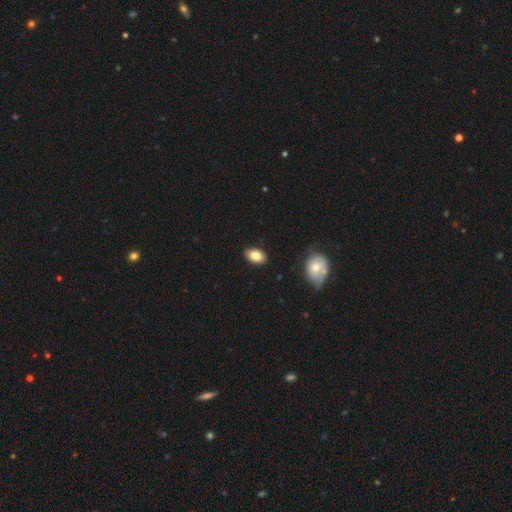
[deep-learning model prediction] Morphology: type=smooth (82%); roundness=in between (90%); merging=none (87%).